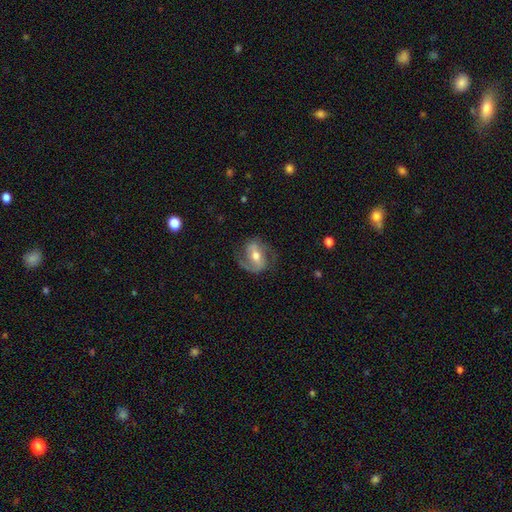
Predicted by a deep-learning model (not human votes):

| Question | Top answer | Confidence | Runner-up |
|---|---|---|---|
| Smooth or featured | featured or disk | 79% | smooth (15%) |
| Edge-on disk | no | 96% | yes (4%) |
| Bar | strong | 43% | weak (39%) |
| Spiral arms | yes | 91% | no (9%) |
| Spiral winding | medium | 51% | loose (26%) |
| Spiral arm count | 2 | 87% | 1 (5%) |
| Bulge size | moderate | 71% | small (19%) |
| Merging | none | 74% | minor disturbance (16%) |